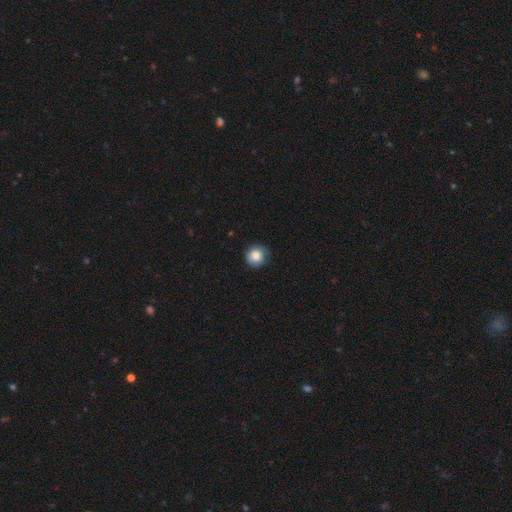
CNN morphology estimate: The model was most divided on "merging": none: 77%, minor disturbance: 18%, major disturbance: 4%, merger: 1%. More confident: how rounded — round (91%); smooth or featured — smooth (82%).